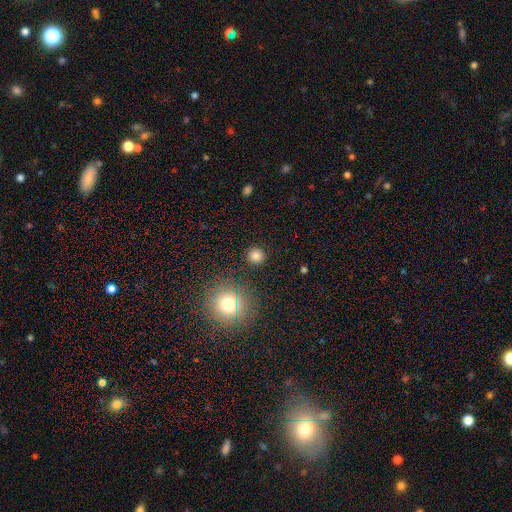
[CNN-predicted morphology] Q: Smooth or featured?
A: smooth (80%); runner-up: star or artifact (16%)
Q: How rounded?
A: round (92%); runner-up: in between (7%)
Q: Merging?
A: none (89%); runner-up: minor disturbance (6%)